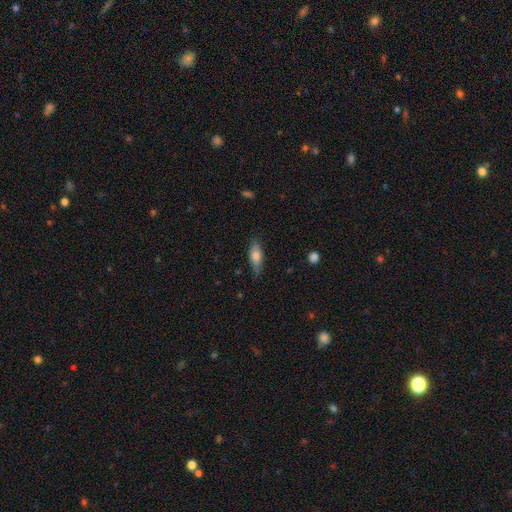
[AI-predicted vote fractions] Overall: smooth (70%). How rounded: in between (66%; cigar-shaped 31%). Merging: none (72%).